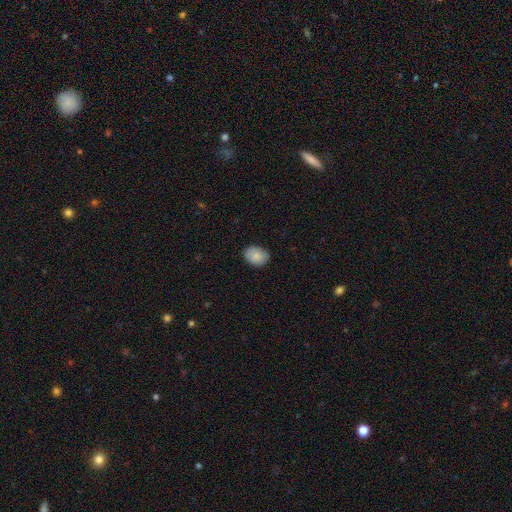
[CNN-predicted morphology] A smooth galaxy with no disk features (88%) that is in between round and cigar-shaped (72%). Merging: none (86%).